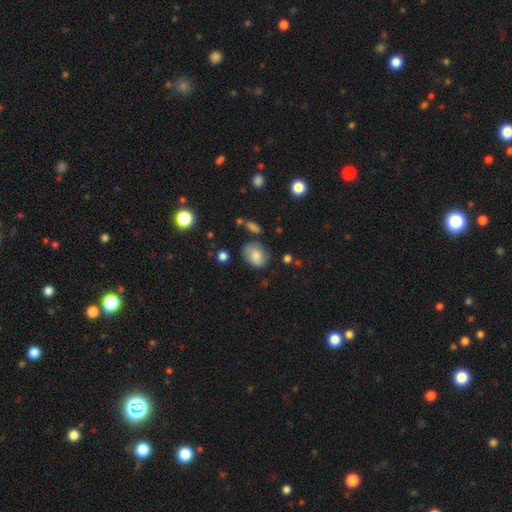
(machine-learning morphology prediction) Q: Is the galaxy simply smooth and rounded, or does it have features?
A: smooth — 80%.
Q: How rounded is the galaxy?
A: in between — 62%.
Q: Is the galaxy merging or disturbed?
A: none — 61%.